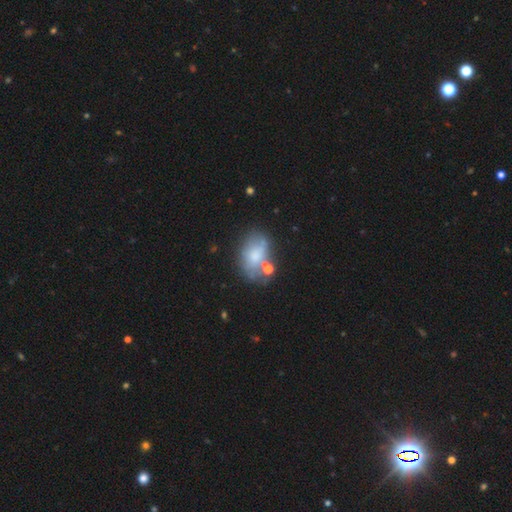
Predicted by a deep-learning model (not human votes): This appears to be a smooth galaxy with no disk features (55%) that is in between round and cigar-shaped (78%). Merging: none (41%).